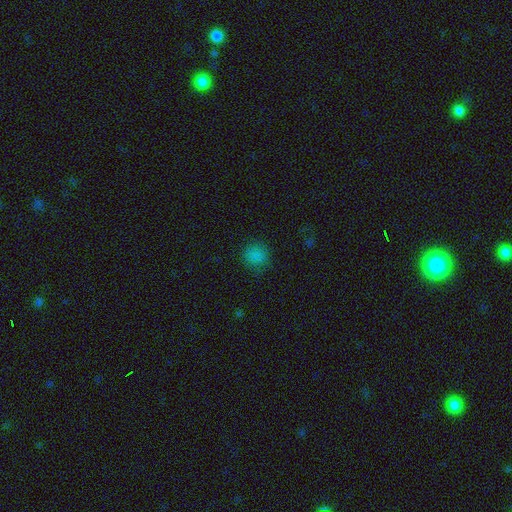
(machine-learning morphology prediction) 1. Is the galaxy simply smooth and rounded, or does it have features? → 80% smooth, 16% star or artifact, 4% featured or disk.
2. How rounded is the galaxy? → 90% round, 9% in between, 1% cigar-shaped.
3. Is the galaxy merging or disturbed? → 84% none, 12% minor disturbance, 3% major disturbance, 1% merger.